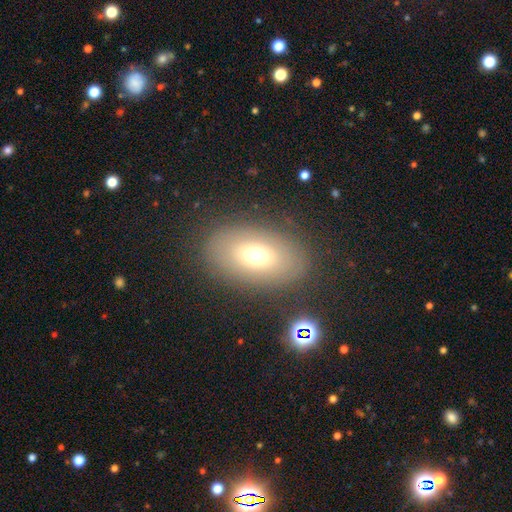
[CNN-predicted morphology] A smooth galaxy with no disk features (64%) that is in between round and cigar-shaped (85%). Merging: none (83%).